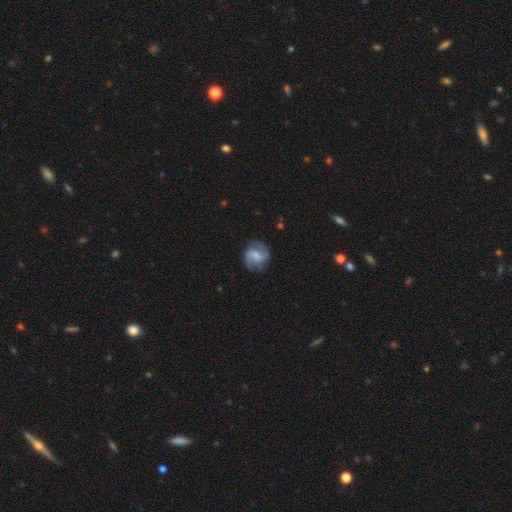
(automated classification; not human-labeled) Overall: featured or disk (70%). Edge-on disk: no (98%). Bar: weak (51%; no 32%). Spiral arms: yes (94%). Spiral arm count: 2 (86%). Spiral winding: medium (50%; tight 27%). Bulge size: small (38%; moderate 33%). Merging: none (79%).